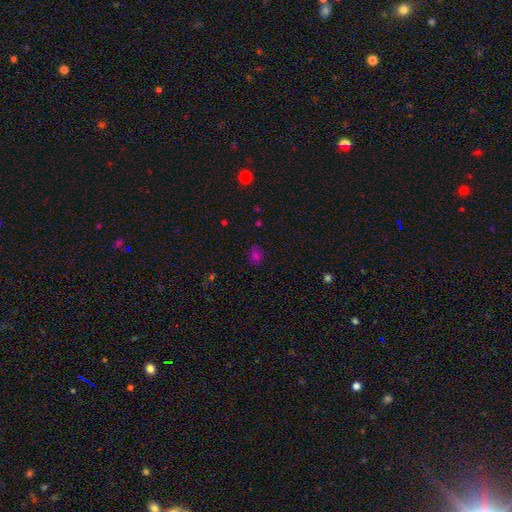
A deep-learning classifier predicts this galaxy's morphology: A smooth galaxy with no disk features (71%) that is in between round and cigar-shaped (68%).

Vote fractions:
- Smooth or featured? smooth: 71% / star or artifact: 23% / featured or disk: 6%
- How rounded? in between: 68% / round: 30% / cigar-shaped: 2%
- Merging? none: 76% / minor disturbance: 17% / major disturbance: 4% / merger: 2%